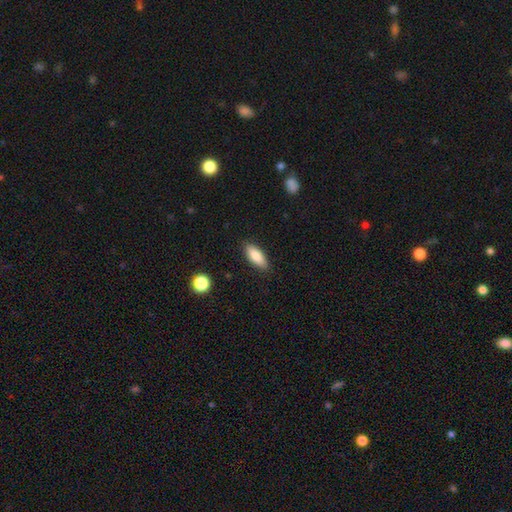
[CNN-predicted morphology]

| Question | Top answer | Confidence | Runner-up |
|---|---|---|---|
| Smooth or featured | smooth | 84% | featured or disk (9%) |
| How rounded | in between | 76% | cigar-shaped (22%) |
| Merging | none | 86% | minor disturbance (10%) |